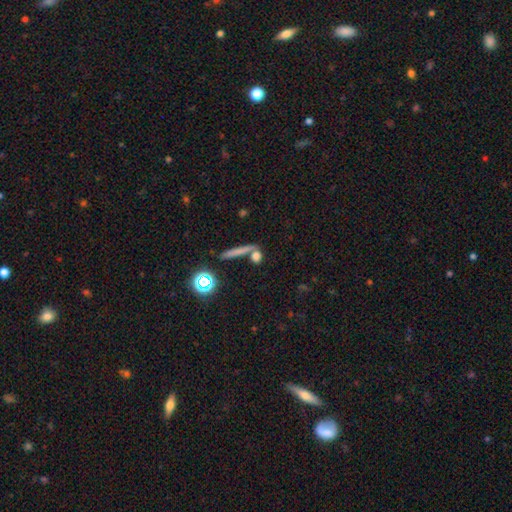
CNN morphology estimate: Smooth or featured?
  - smooth: 70% *
  - star or artifact: 16%
  - featured or disk: 15%
How rounded?
  - cigar-shaped: 42% *
  - round: 34%
  - in between: 24%
Merging?
  - none: 63% *
  - merger: 23%
  - minor disturbance: 9%
  - major disturbance: 4%